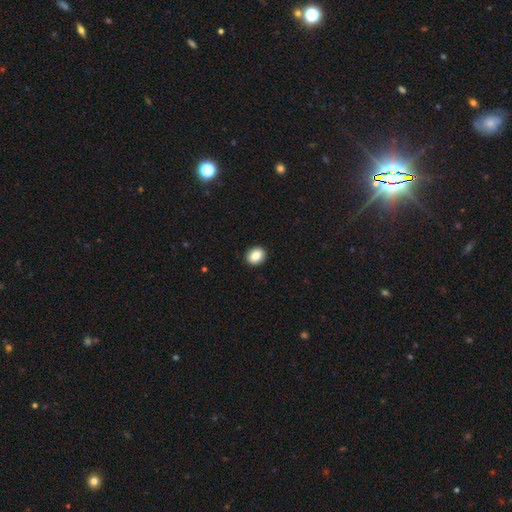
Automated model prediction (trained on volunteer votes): Overall: smooth (84%). How rounded: round (59%; in between 40%). Merging: none (92%).